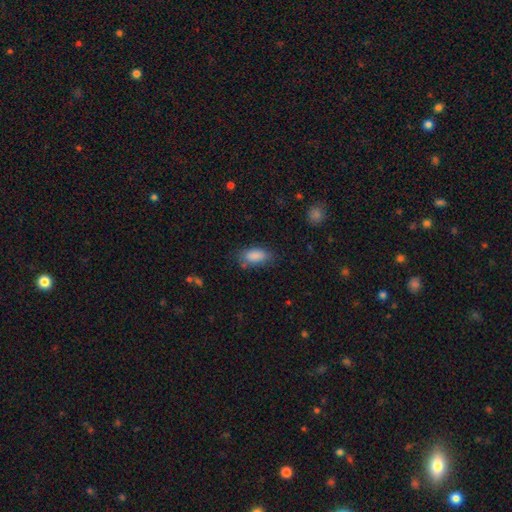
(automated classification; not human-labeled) smooth_or_featured: smooth (p=0.88) [alt: star or artifact p=0.08]
how_rounded: in between (p=0.91) [alt: cigar-shaped p=0.05]
merging: none (p=0.73) [alt: minor disturbance p=0.19]